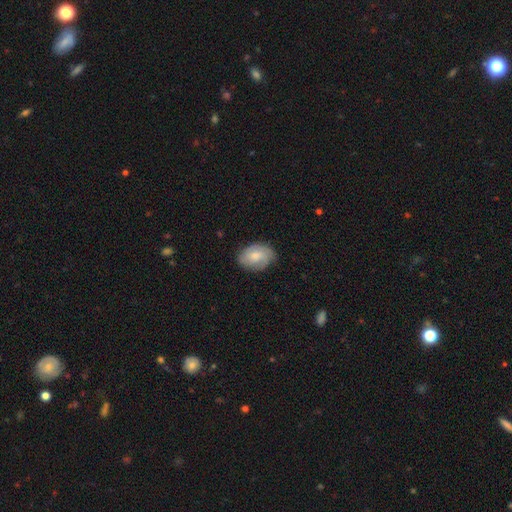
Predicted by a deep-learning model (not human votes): This appears to be a smooth galaxy with no disk features (56%) that is in between round and cigar-shaped (77%). Merging: none (72%).